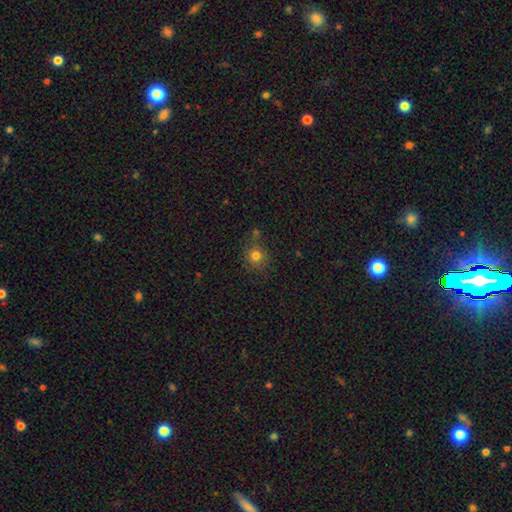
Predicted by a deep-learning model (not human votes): Smooth or featured? smooth (78%)
How rounded? round (87%)
Merging? none (73%)